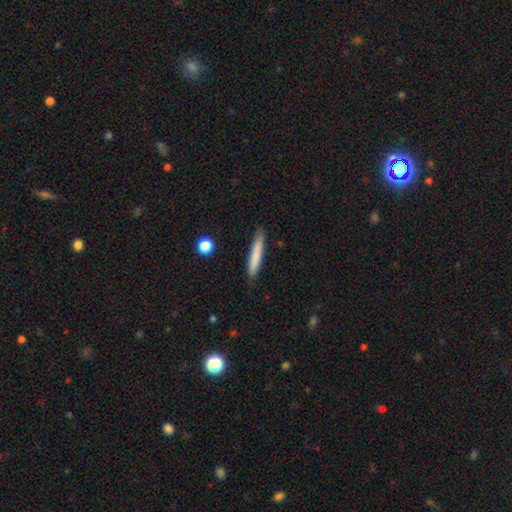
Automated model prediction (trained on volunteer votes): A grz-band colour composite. It shows a smooth galaxy with no disk features (76%) that is cigar-shaped (95%). Merging: none (88%).